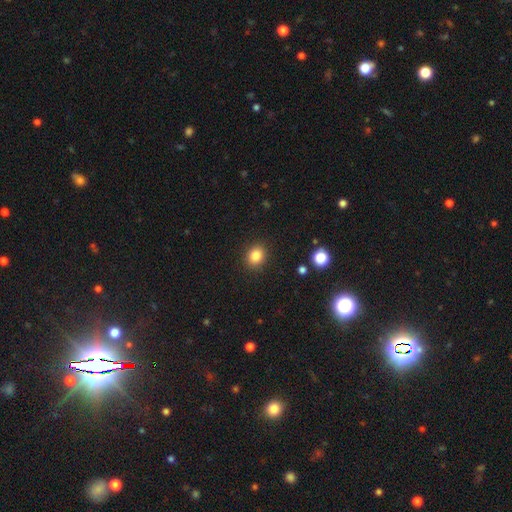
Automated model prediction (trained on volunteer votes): The model was most divided on "how rounded": round: 65%, in between: 35%, cigar-shaped: 1%. More confident: merging — none (90%); smooth or featured — smooth (84%).